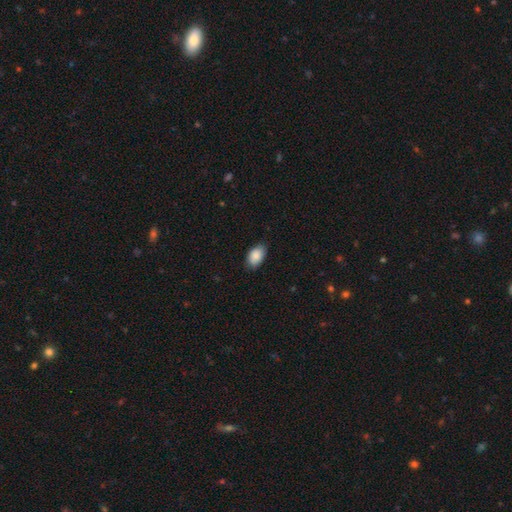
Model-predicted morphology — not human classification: Q: Smooth or featured?
A: smooth (89%); runner-up: star or artifact (6%)
Q: How rounded?
A: in between (91%); runner-up: round (8%)
Q: Merging?
A: none (80%); runner-up: minor disturbance (17%)